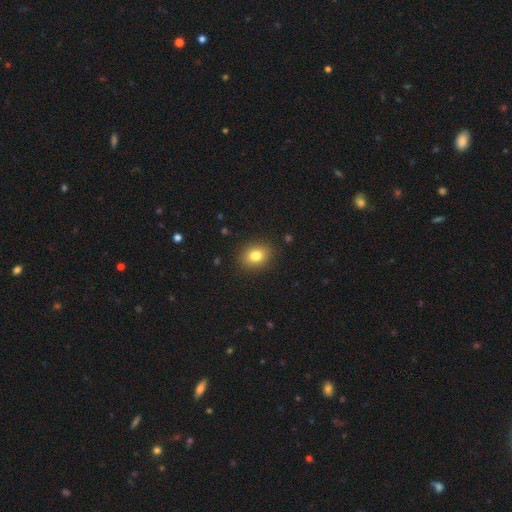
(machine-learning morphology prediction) A smooth galaxy with no disk features (80%) that is in between round and cigar-shaped (56%). Merging: none (88%).